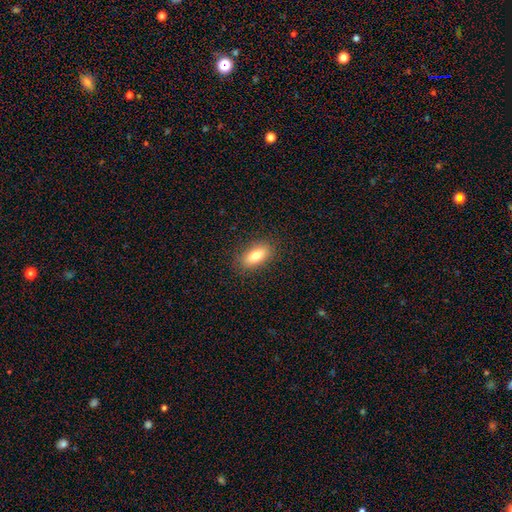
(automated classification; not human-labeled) This appears to be a smooth galaxy with no disk features (79%) that is in between round and cigar-shaped (84%). Merging: none (87%).